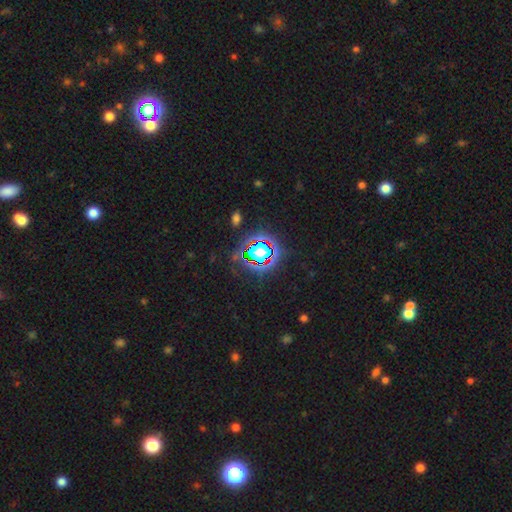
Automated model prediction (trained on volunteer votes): This appears to be a star or artifact, not a galaxy (80%).